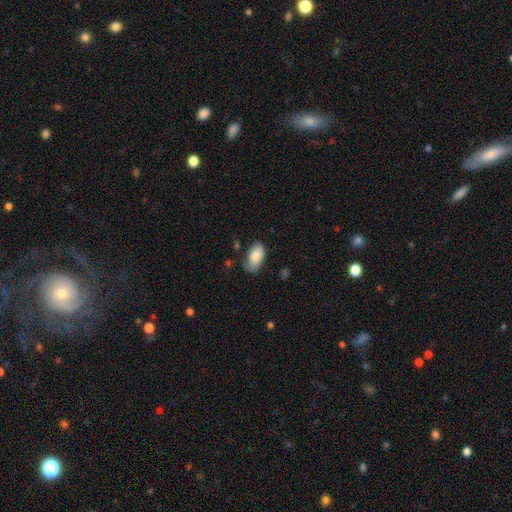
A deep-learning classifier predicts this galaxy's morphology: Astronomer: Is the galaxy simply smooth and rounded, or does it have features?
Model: smooth — 84%.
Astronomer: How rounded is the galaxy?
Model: in between — 94%.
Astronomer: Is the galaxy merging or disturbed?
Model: none — 61%.